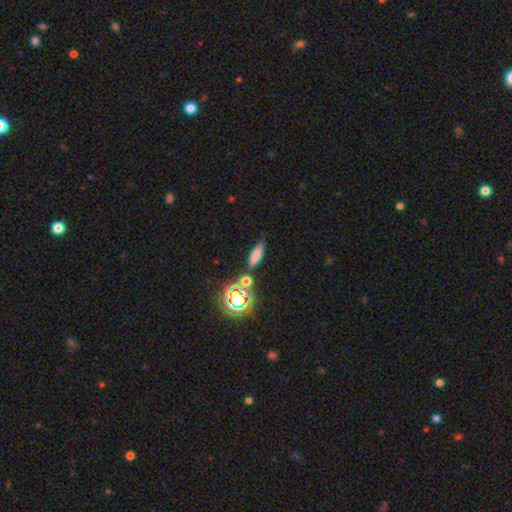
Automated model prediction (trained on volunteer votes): Smooth or featured: smooth — 65% (star or artifact — 21%)
How rounded: cigar-shaped — 51% (in between — 40%)
Merging: none — 78% (minor disturbance — 10%)